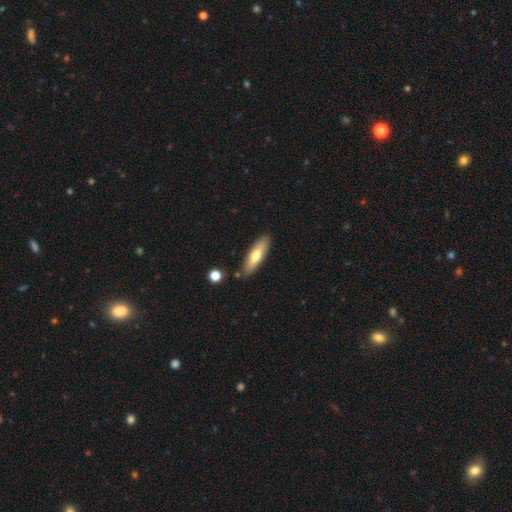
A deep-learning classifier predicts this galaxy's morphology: Smooth or featured? smooth (68%)
How rounded? cigar-shaped (60%)
Merging? none (83%)